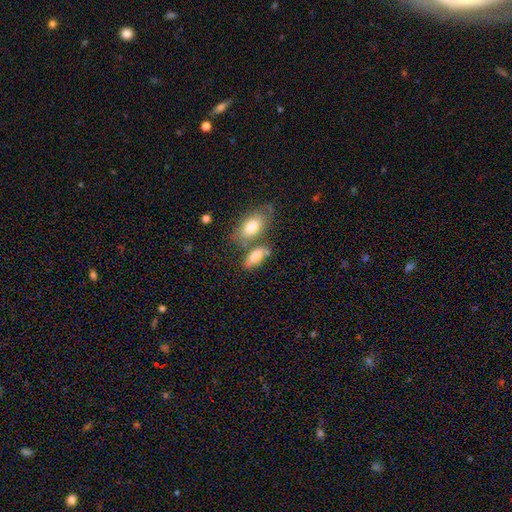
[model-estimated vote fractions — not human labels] A smooth galaxy with no disk features (76%) that is in between round and cigar-shaped (86%). Merging: none (50%).